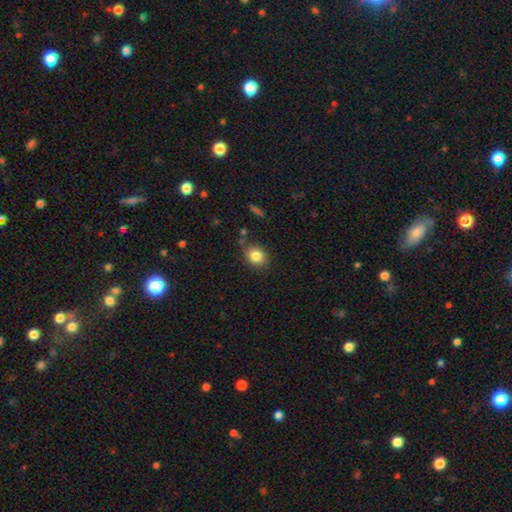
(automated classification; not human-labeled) This is clearly a smooth galaxy (83%). How rounded: likely round (61%). Merging: likely none (76%).